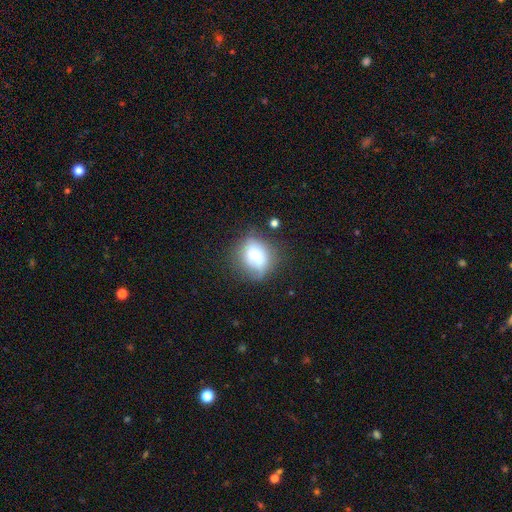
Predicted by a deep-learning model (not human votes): A smooth galaxy with no disk features (64%) that is round (62%).

Vote fractions:
- Smooth or featured? smooth: 64% / featured or disk: 25% / star or artifact: 11%
- How rounded? round: 62% / in between: 36% / cigar-shaped: 2%
- Merging? none: 54% / minor disturbance: 26% / major disturbance: 11% / merger: 9%